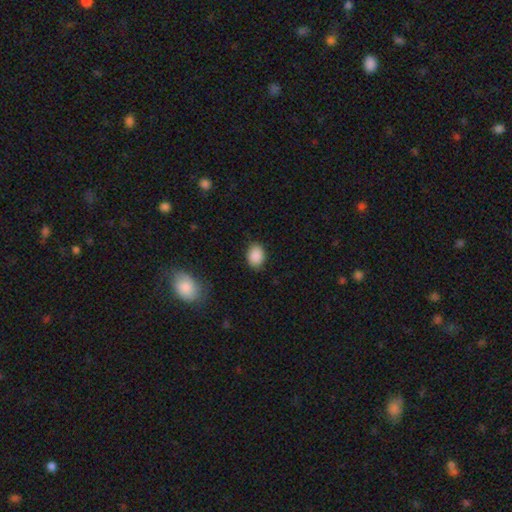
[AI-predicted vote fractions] Smooth or featured? smooth (89%)
How rounded? in between (67%)
Merging? none (83%)